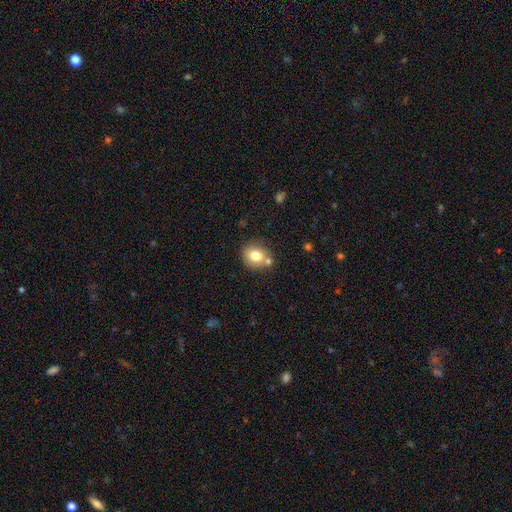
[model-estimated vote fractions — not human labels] Overall: smooth (77%). How rounded: round (71%). Merging: none (66%).